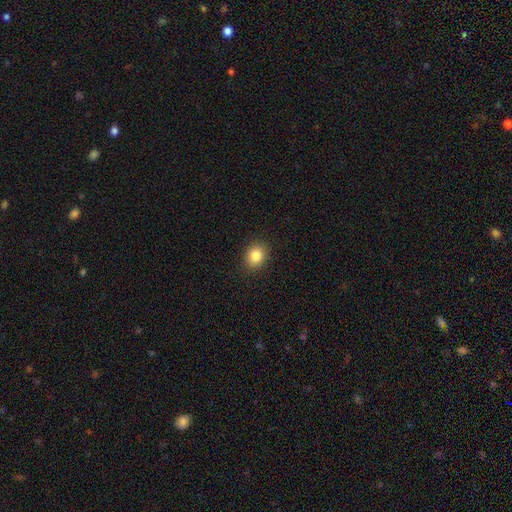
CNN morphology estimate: This appears to be a smooth galaxy with no disk features (84%) that is round (57%). Merging: none (90%).